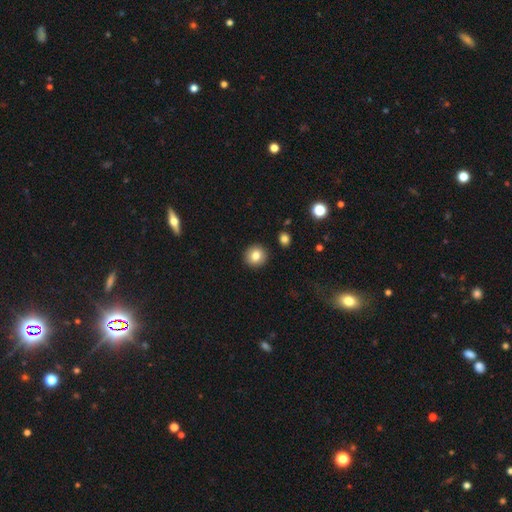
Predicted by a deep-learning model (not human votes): smooth-or-featured: smooth: 82% | star or artifact: 9% | featured or disk: 9%
  how-rounded: round: 92% | in between: 7% | cigar-shaped: 1%
  merging: none: 92% | minor disturbance: 5% | major disturbance: 2% | merger: 1%